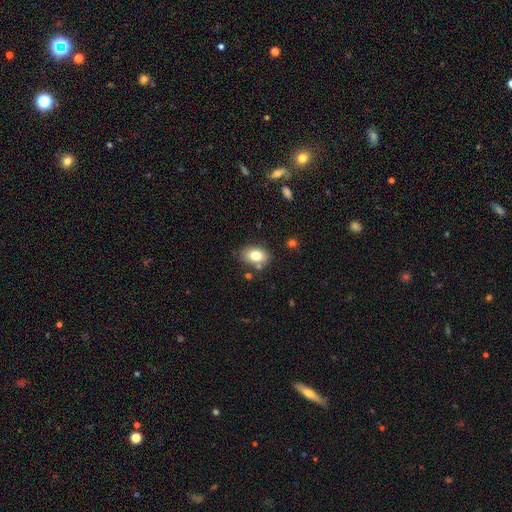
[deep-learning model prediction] The model was most divided on "how rounded": in between: 78%, round: 21%, cigar-shaped: 1%. More confident: smooth or featured — smooth (79%); merging — none (75%).